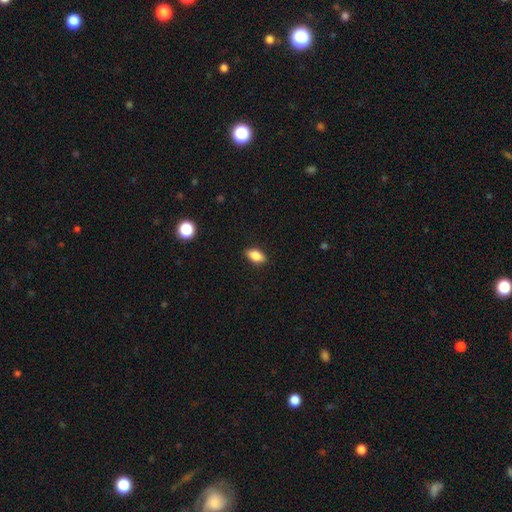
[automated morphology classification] A smooth galaxy with no disk features (82%) that is in between round and cigar-shaped (88%).

Vote fractions:
- Smooth or featured? smooth: 82% / featured or disk: 10% / star or artifact: 8%
- How rounded? in between: 88% / cigar-shaped: 6% / round: 6%
- Merging? none: 87% / minor disturbance: 10% / major disturbance: 2% / merger: 1%